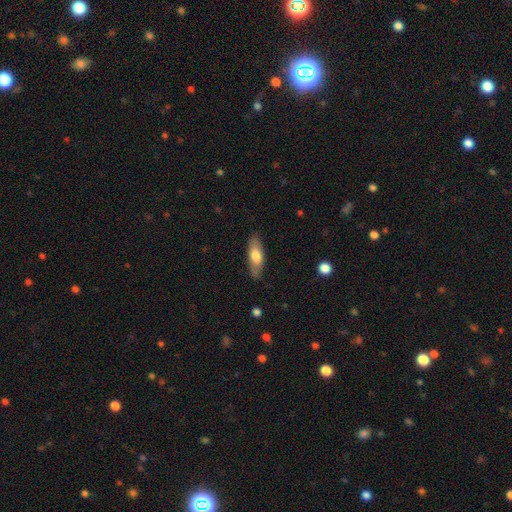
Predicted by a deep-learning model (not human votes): Morphology: type=smooth (67%); roundness=in between (63%); merging=none (83%).